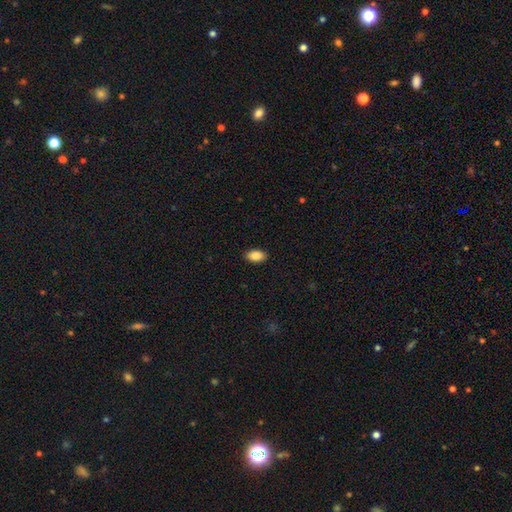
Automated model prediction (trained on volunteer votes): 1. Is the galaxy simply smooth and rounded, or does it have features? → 87% smooth, 8% star or artifact, 5% featured or disk.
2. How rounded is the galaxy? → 92% in between, 6% round, 2% cigar-shaped.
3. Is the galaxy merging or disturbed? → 90% none, 8% minor disturbance, 2% major disturbance, 1% merger.